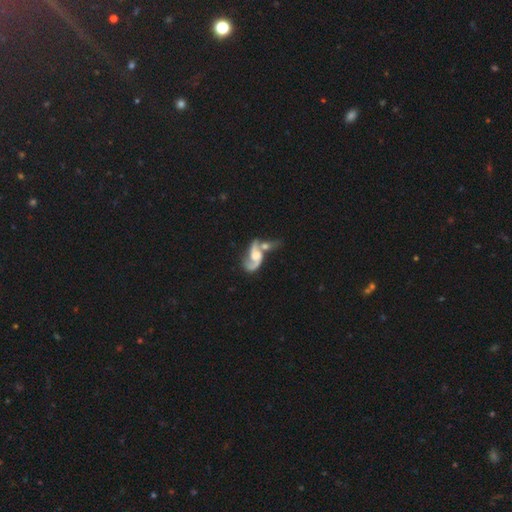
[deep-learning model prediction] smooth-or-featured: featured or disk: 82% | smooth: 12% | star or artifact: 6%
  disk-edge-on: no: 96% | yes: 4%
    bar: no: 54% | weak: 36% | strong: 10%
    has-spiral-arms: yes: 92% | no: 8%
      spiral-winding: loose: 61% | medium: 31% | tight: 8%
      spiral-arm-count: 2: 86% | 1: 6% | can't tell: 4% | 3: 1% | 4: 1% | more than 4: 1%
    bulge-size: moderate: 40% | large: 22% | small: 20% | none: 16% | dominant: 3%
  merging: merger: 58% | none: 19% | major disturbance: 13% | minor disturbance: 9%